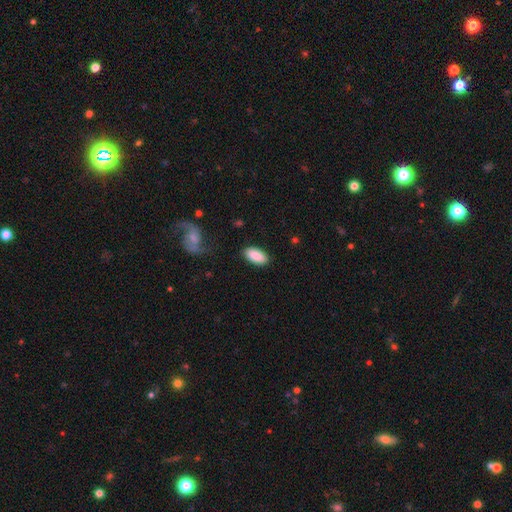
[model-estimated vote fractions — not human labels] smooth 90%, star or artifact 6%, featured or disk 4%. Down the decision tree: how rounded — in between (93%); merging — none (85%).